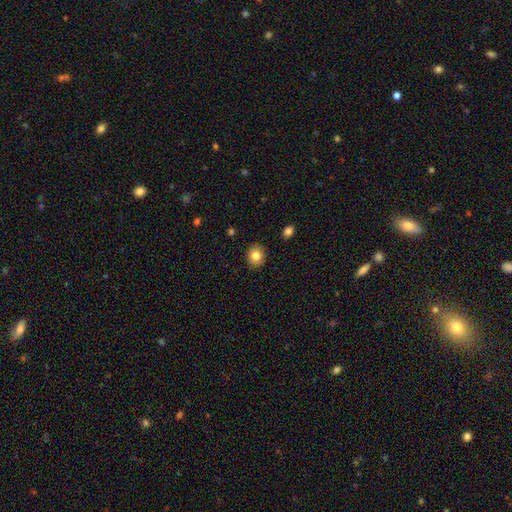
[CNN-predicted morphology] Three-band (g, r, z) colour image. It shows a smooth galaxy with no disk features (82%) that is round (69%). Merging: none (89%).